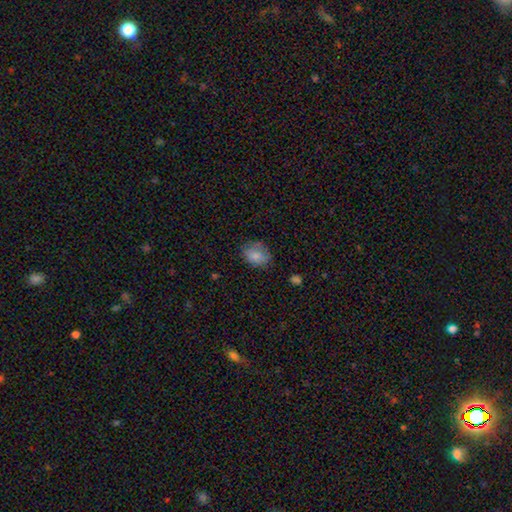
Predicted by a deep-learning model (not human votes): This is clearly a smooth galaxy (82%). How rounded: likely in between (66%). Merging: likely none (67%).